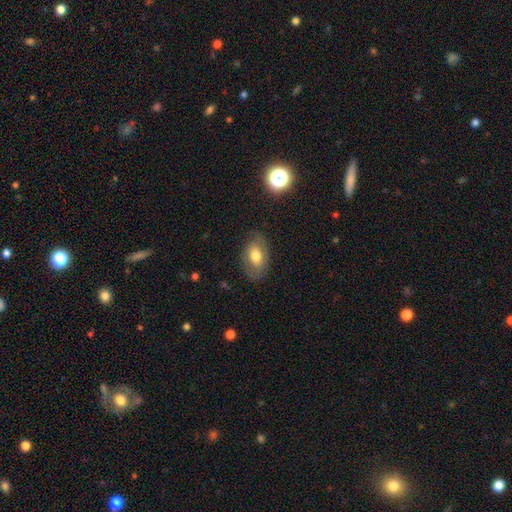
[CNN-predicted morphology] This appears to be a smooth galaxy with no disk features (61%) that is in between round and cigar-shaped (89%). Merging: none (78%).